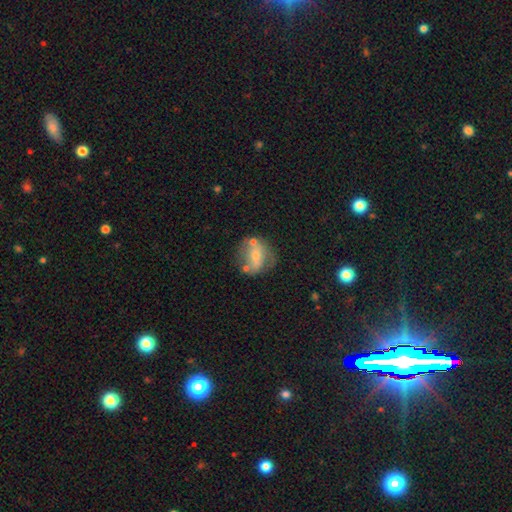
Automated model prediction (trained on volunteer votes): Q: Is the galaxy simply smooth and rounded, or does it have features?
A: smooth — 49%.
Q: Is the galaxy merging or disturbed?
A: none — 51%.